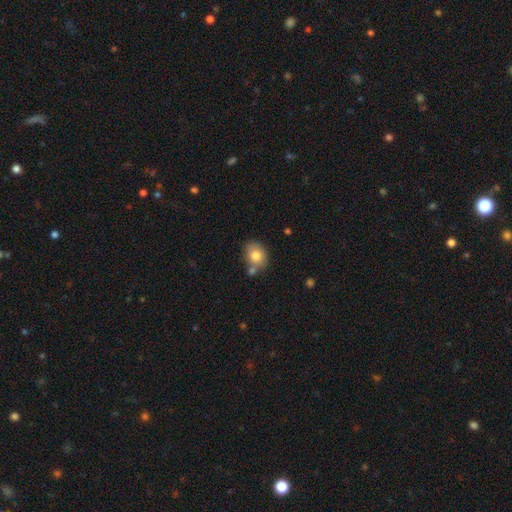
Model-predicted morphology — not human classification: Smooth or featured? Predicted: smooth (p=0.79). How rounded? Predicted: in between (p=0.55). Merging? Predicted: none (p=0.57).